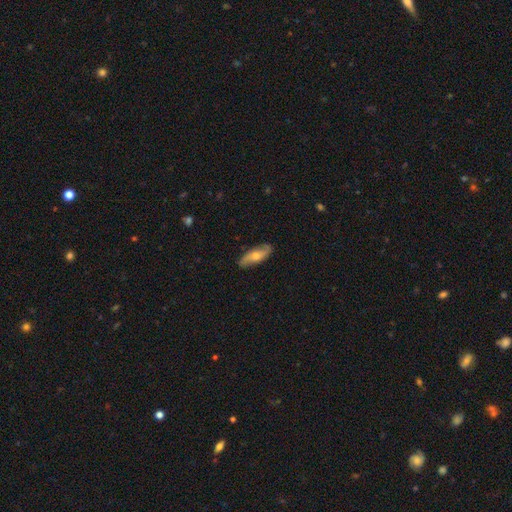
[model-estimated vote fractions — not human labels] featured or disk 51%, smooth 43%, star or artifact 6%. Down the decision tree: edge-on disk — no (76%); merging — none (83%).